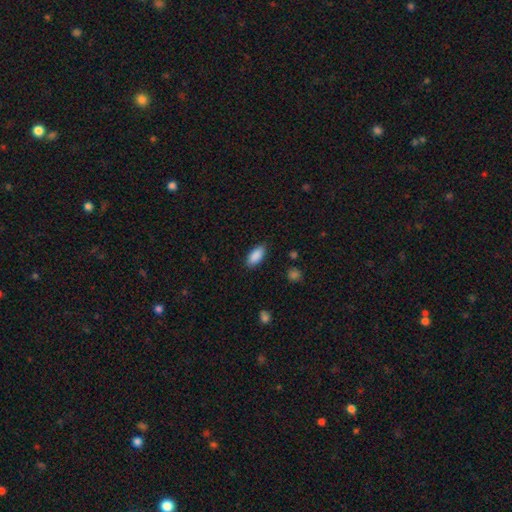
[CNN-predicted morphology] smooth-or-featured: smooth: 89% | star or artifact: 7% | featured or disk: 4%
  how-rounded: in between: 88% | cigar-shaped: 10% | round: 2%
  merging: none: 85% | minor disturbance: 12% | major disturbance: 3% | merger: 1%